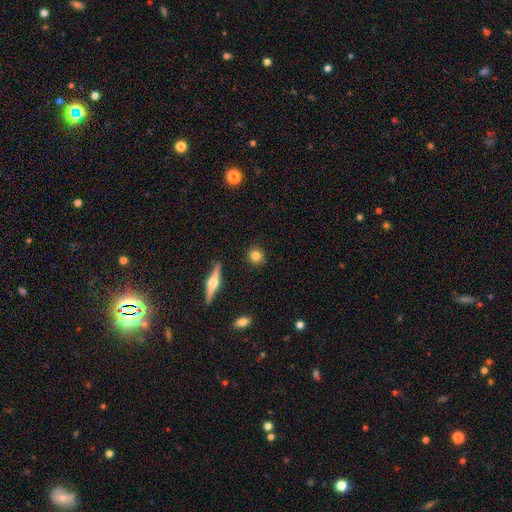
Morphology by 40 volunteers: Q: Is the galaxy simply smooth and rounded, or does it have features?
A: smooth — 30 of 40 (75%).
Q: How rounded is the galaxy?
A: round — 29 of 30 (97%).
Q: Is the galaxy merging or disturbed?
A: none — 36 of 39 (92%).